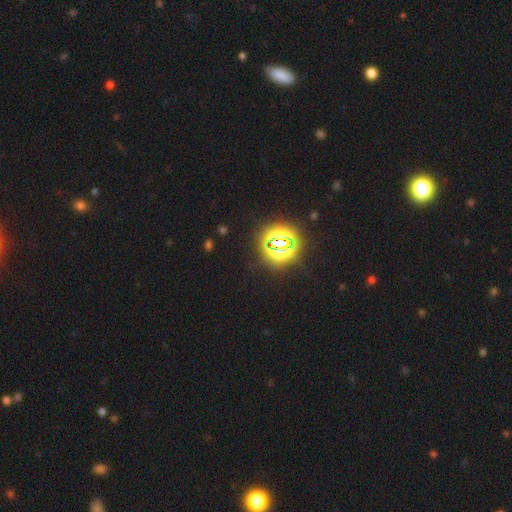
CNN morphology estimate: Q: Smooth or featured?
A: star or artifact (79%); runner-up: smooth (16%)